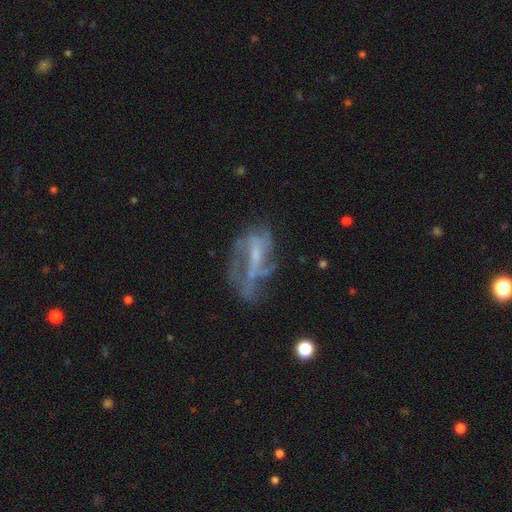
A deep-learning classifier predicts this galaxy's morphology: type=featured or disk (70%); edge-on=no (91%); bar=weak (39%); spiral arms=yes (59%); bulge=small (45%); merging=none (38%).